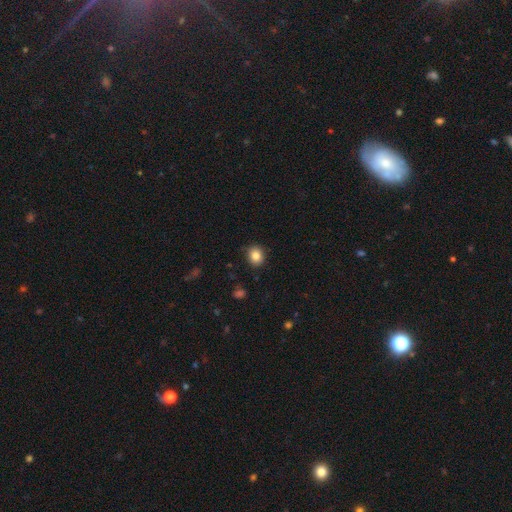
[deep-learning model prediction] Overall: smooth (84%). How rounded: round (72%). Merging: none (86%).